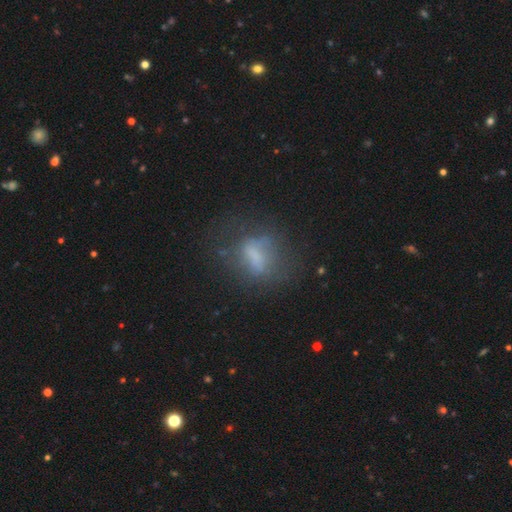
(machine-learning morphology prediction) type=smooth (49%); merging=none (48%).